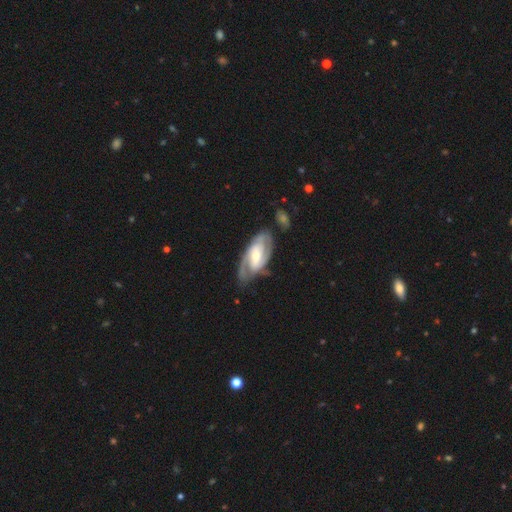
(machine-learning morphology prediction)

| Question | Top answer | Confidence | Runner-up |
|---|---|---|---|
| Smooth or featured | featured or disk | 83% | smooth (13%) |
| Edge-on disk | no | 95% | yes (5%) |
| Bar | weak | 42% | no (31%) |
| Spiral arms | yes | 94% | no (6%) |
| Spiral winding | tight | 47% | medium (41%) |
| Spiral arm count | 2 | 69% | can't tell (14%) |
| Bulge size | moderate | 52% | small (41%) |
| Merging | none | 69% | minor disturbance (20%) |